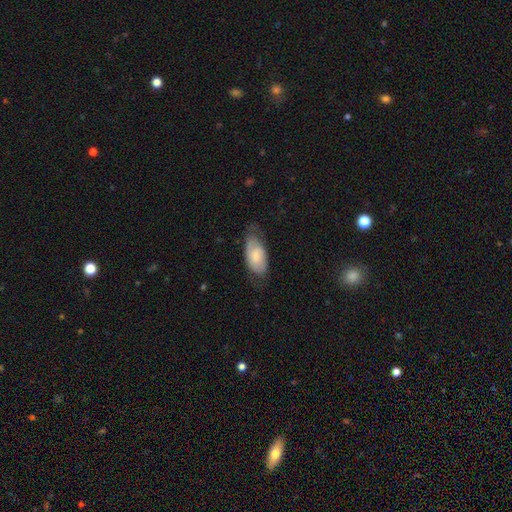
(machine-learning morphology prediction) smooth_or_featured: smooth (p=0.65) [alt: featured or disk p=0.29]
how_rounded: in between (p=0.93) [alt: cigar-shaped p=0.04]
merging: none (p=0.57) [alt: minor disturbance p=0.30]